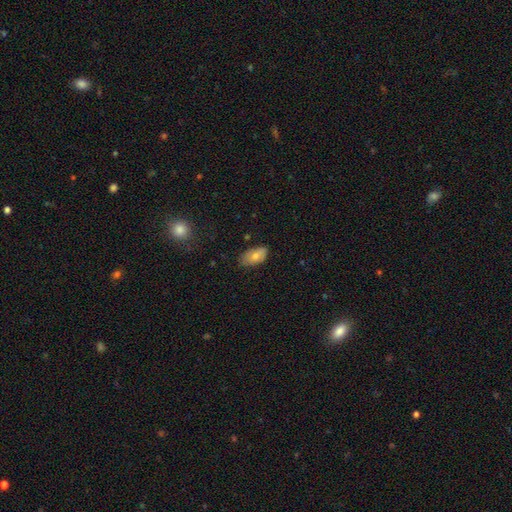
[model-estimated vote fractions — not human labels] A smooth galaxy with no disk features (74%) that is in between round and cigar-shaped (93%).

Vote fractions:
- Smooth or featured? smooth: 74% / featured or disk: 19% / star or artifact: 8%
- How rounded? in between: 93% / round: 4% / cigar-shaped: 2%
- Merging? none: 71% / minor disturbance: 24% / major disturbance: 4% / merger: 2%